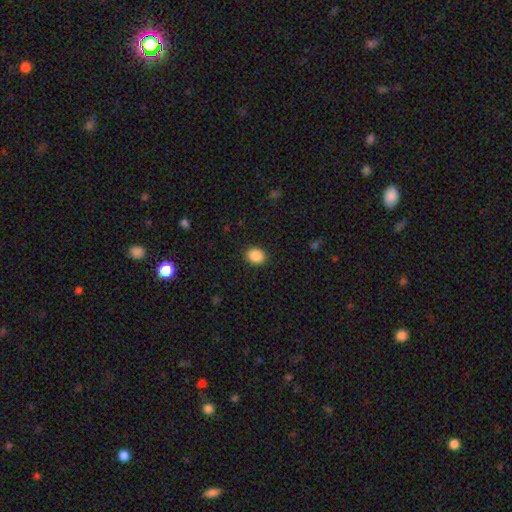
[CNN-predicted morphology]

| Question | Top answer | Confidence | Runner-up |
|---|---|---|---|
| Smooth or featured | smooth | 89% | star or artifact (8%) |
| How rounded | in between | 52% | round (47%) |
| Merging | none | 90% | minor disturbance (7%) |